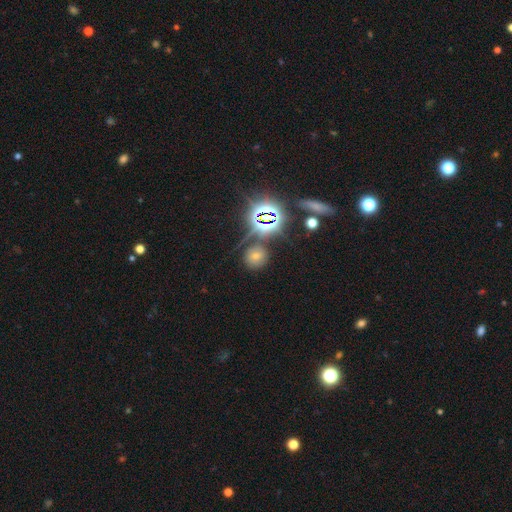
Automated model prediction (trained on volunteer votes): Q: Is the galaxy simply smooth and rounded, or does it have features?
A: smooth — 50%.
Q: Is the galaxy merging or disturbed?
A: none — 76%.